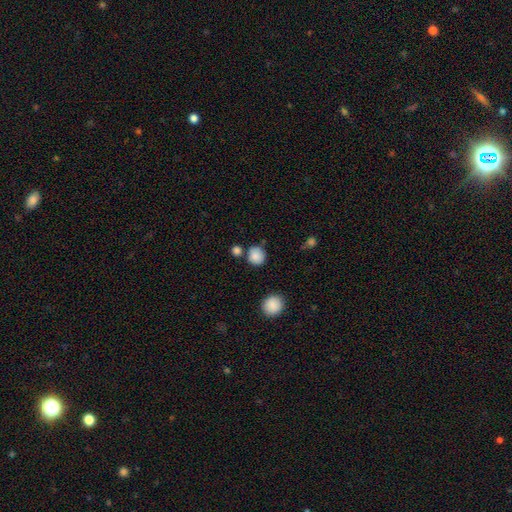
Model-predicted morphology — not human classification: Smooth or featured?
  - smooth: 86% *
  - star or artifact: 9%
  - featured or disk: 5%
How rounded?
  - round: 87% *
  - in between: 12%
  - cigar-shaped: 1%
Merging?
  - none: 73% *
  - minor disturbance: 12%
  - merger: 12%
  - major disturbance: 3%